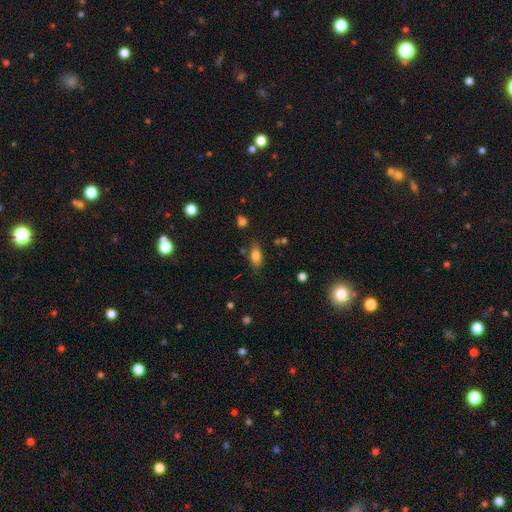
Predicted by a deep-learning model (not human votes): Q: Smooth or featured?
A: smooth (79%); runner-up: featured or disk (12%)
Q: How rounded?
A: in between (85%); runner-up: cigar-shaped (9%)
Q: Merging?
A: none (78%); runner-up: minor disturbance (14%)